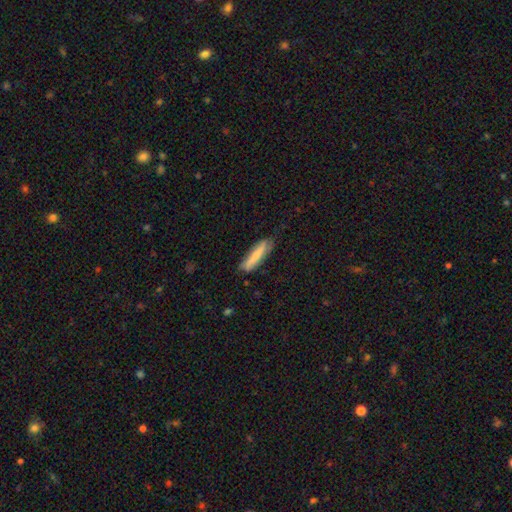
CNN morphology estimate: A smooth galaxy with no disk features (67%) that is cigar-shaped (77%).

Vote fractions:
- Smooth or featured? smooth: 67% / featured or disk: 27% / star or artifact: 6%
- How rounded? cigar-shaped: 77% / in between: 21% / round: 2%
- Merging? none: 75% / minor disturbance: 20% / major disturbance: 4% / merger: 2%